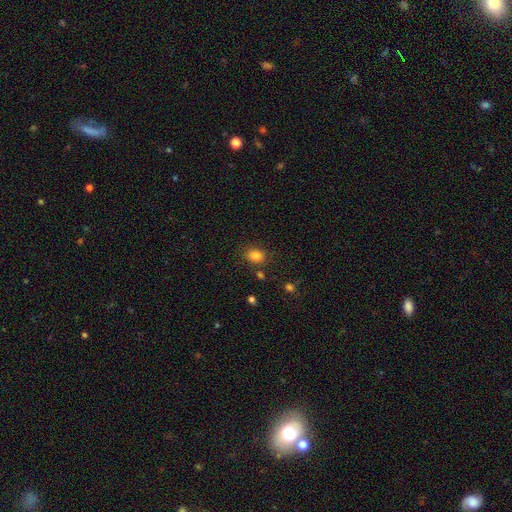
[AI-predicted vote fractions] This appears to be a smooth galaxy with no disk features (83%) that is in between round and cigar-shaped (60%). Merging: none (80%).